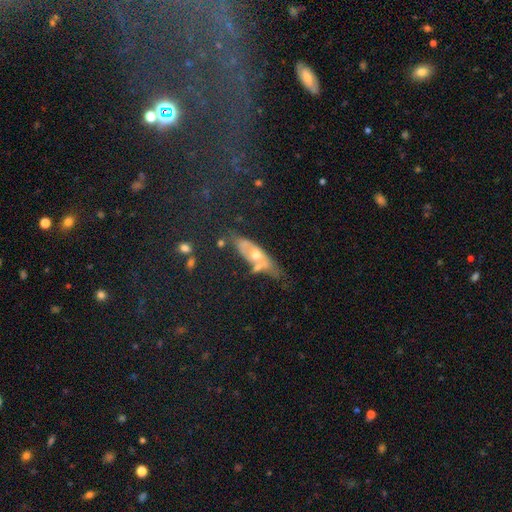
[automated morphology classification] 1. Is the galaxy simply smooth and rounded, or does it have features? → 53% featured or disk, 33% smooth, 14% star or artifact.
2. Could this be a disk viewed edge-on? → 65% no, 35% yes.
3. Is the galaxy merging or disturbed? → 47% none, 29% minor disturbance, 13% major disturbance, 12% merger.